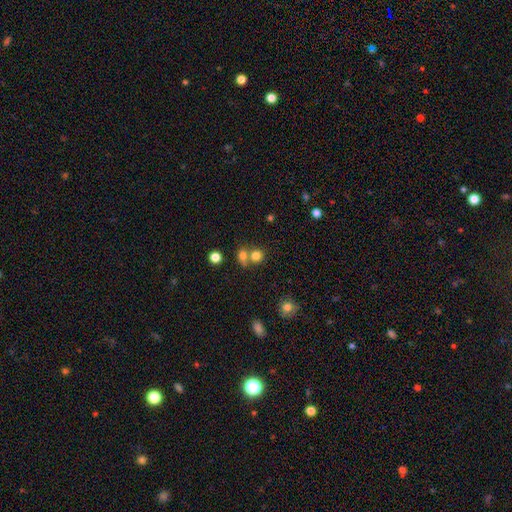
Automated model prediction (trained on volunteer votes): smooth-or-featured: smooth: 77% | star or artifact: 14% | featured or disk: 9%
  how-rounded: round: 82% | in between: 17% | cigar-shaped: 1%
  merging: none: 46% | merger: 45% | minor disturbance: 6% | major disturbance: 3%